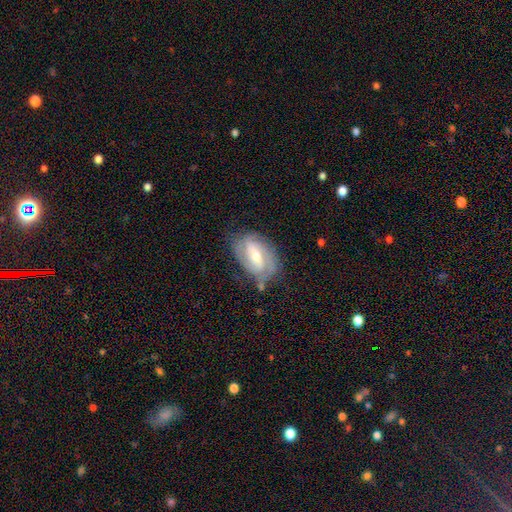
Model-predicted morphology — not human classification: Overall: featured or disk (82%). Edge-on disk: no (96%). Bar: weak (45%; strong 37%). Spiral arms: yes (94%). Spiral arm count: 2 (63%). Spiral winding: tight (56%; medium 36%). Bulge size: moderate (56%; small 39%). Merging: none (71%).